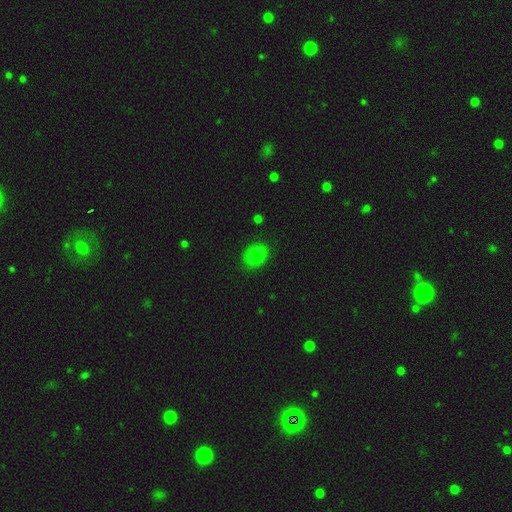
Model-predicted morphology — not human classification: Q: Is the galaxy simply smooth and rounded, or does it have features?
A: smooth — 72%.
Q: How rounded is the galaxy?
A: round — 54%.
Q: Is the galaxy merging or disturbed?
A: none — 83%.